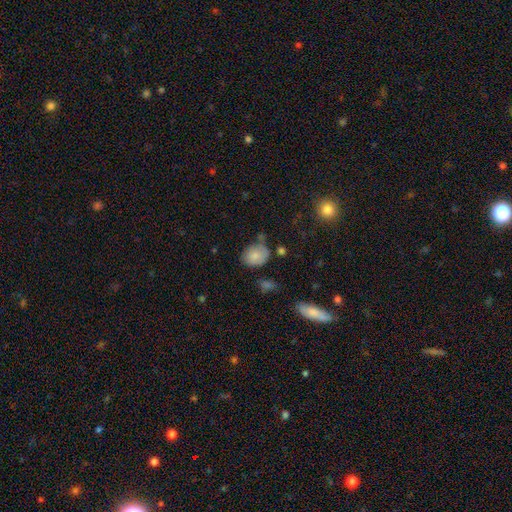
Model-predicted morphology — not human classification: A smooth galaxy with no disk features (81%) that is in between round and cigar-shaped (57%).

Vote fractions:
- Smooth or featured? smooth: 81% / featured or disk: 11% / star or artifact: 8%
- How rounded? in between: 57% / round: 42% / cigar-shaped: 1%
- Merging? none: 55% / minor disturbance: 30% / major disturbance: 8% / merger: 7%